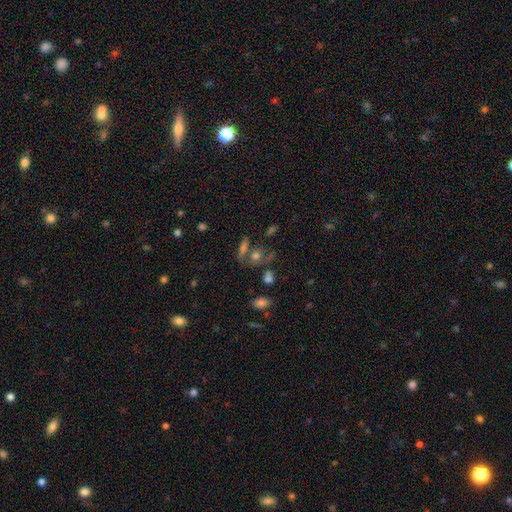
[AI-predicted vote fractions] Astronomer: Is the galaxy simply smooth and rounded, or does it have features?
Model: smooth — 54%.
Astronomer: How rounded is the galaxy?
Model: in between — 54% (runner-up: round, 36%).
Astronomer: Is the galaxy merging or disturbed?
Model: none — 50% (runner-up: merger, 25%).